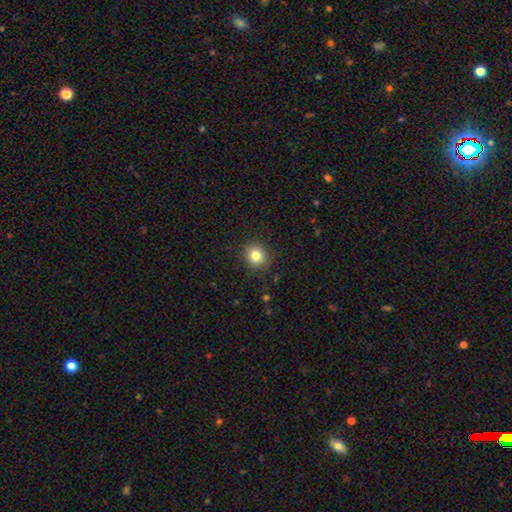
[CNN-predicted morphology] A smooth galaxy with no disk features (82%) that is round (84%).

Vote fractions:
- Smooth or featured? smooth: 82% / star or artifact: 11% / featured or disk: 7%
- How rounded? round: 84% / in between: 15% / cigar-shaped: 1%
- Merging? none: 90% / minor disturbance: 7% / major disturbance: 2% / merger: 1%